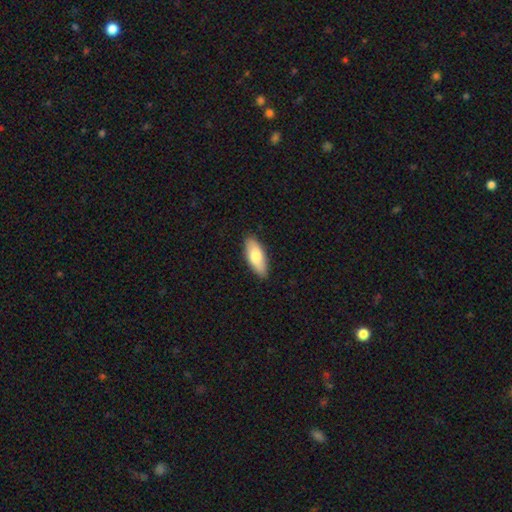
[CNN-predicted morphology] Q: Smooth or featured?
A: smooth (75%); runner-up: featured or disk (20%)
Q: How rounded?
A: in between (78%); runner-up: cigar-shaped (19%)
Q: Merging?
A: none (88%); runner-up: minor disturbance (9%)